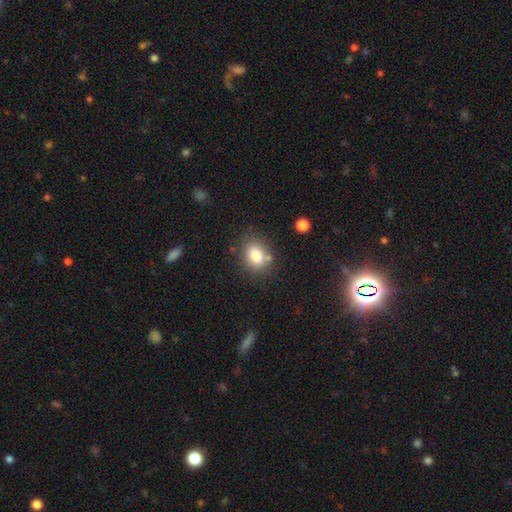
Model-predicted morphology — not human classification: This appears to be a smooth galaxy with no disk features (82%) that is in between round and cigar-shaped (58%). Merging: none (72%).